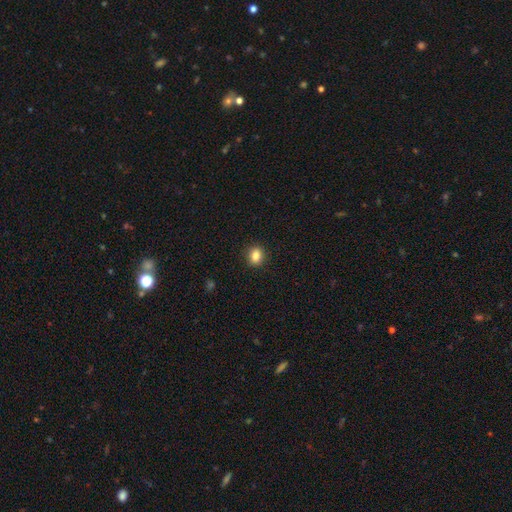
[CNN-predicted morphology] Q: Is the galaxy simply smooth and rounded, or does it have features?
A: smooth — 84%.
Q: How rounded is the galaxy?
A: round — 62%.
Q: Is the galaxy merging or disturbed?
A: none — 91%.